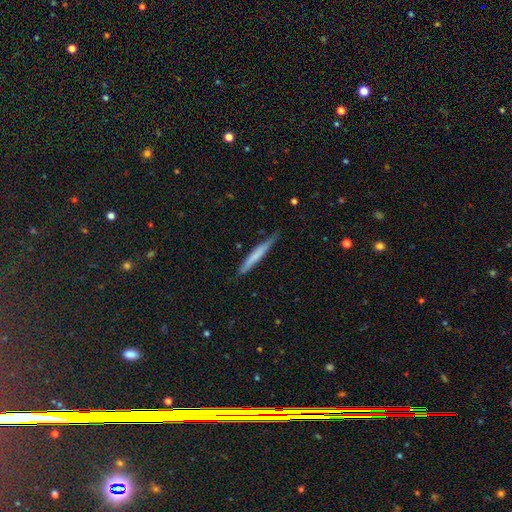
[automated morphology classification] Smooth or featured: smooth — 62% (featured or disk — 32%)
How rounded: cigar-shaped — 96% (in between — 3%)
Merging: none — 79% (minor disturbance — 17%)